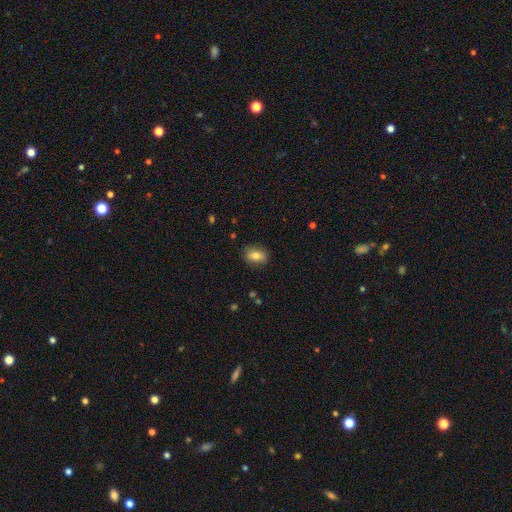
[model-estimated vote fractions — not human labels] A smooth galaxy with no disk features (76%) that is in between round and cigar-shaped (79%). Merging: none (84%).